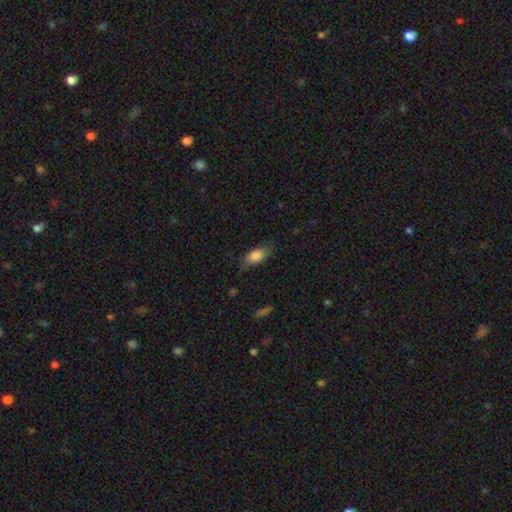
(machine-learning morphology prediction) Q: Smooth or featured?
A: smooth (81%); runner-up: featured or disk (12%)
Q: How rounded?
A: in between (84%); runner-up: cigar-shaped (12%)
Q: Merging?
A: none (71%); runner-up: minor disturbance (22%)